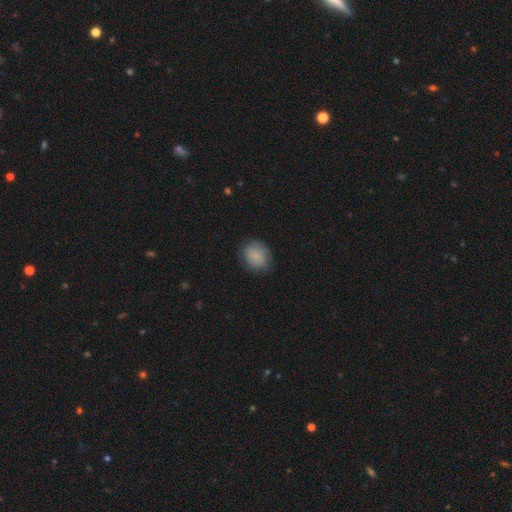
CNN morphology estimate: The model was most divided on "how rounded": round: 66%, in between: 33%, cigar-shaped: 1%. More confident: smooth or featured — smooth (86%); merging — none (80%).